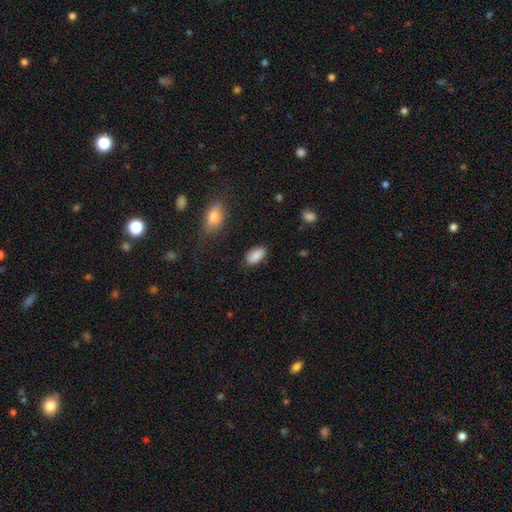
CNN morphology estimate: type=smooth (88%); roundness=in between (94%); merging=none (84%).